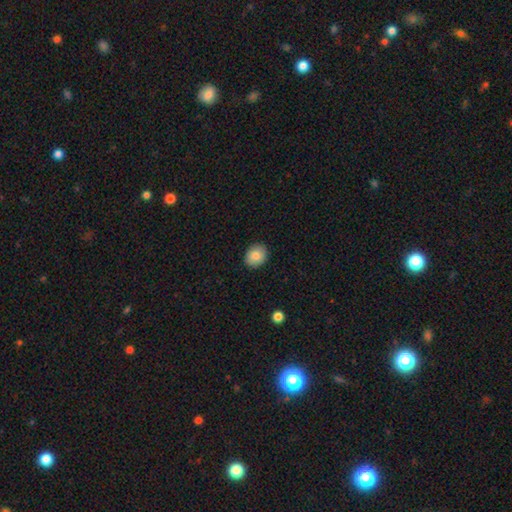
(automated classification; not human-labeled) A smooth galaxy with no disk features (84%) that is round (53%).

Vote fractions:
- Smooth or featured? smooth: 84% / featured or disk: 8% / star or artifact: 8%
- How rounded? round: 53% / in between: 46% / cigar-shaped: 1%
- Merging? none: 89% / minor disturbance: 8% / major disturbance: 2% / merger: 1%